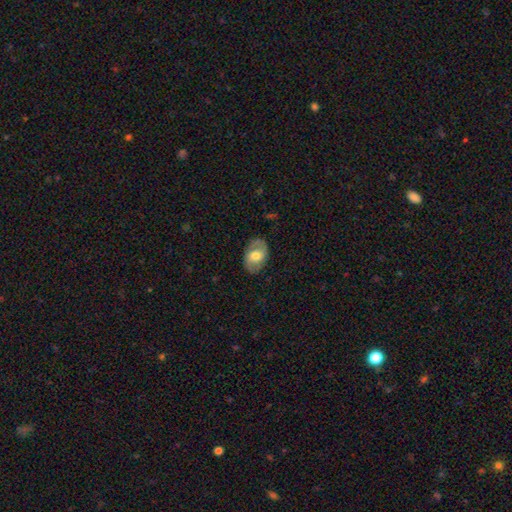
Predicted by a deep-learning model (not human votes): smooth-or-featured: smooth: 54% | featured or disk: 39% | star or artifact: 6%
  how-rounded: in between: 84% | round: 14% | cigar-shaped: 1%
  merging: none: 80% | minor disturbance: 15% | major disturbance: 4% | merger: 1%